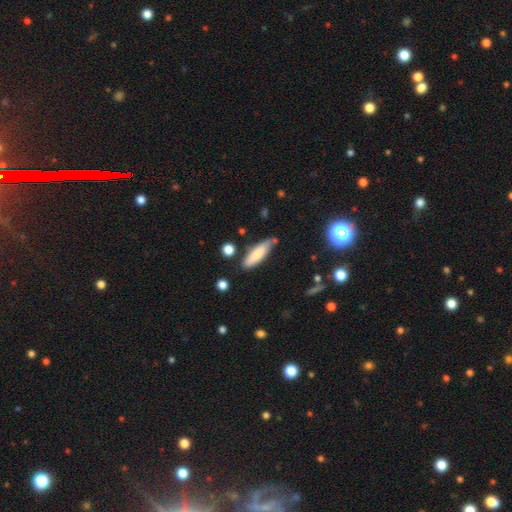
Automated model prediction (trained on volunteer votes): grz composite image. It shows a smooth galaxy with no disk features (80%) that is cigar-shaped (56%). Merging: none (73%).